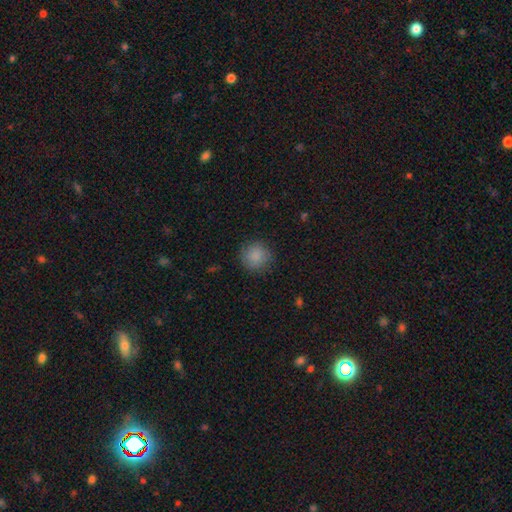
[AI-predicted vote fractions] Smooth or featured? Predicted: smooth (p=0.87). How rounded? Predicted: round (p=0.93). Merging? Predicted: none (p=0.86).